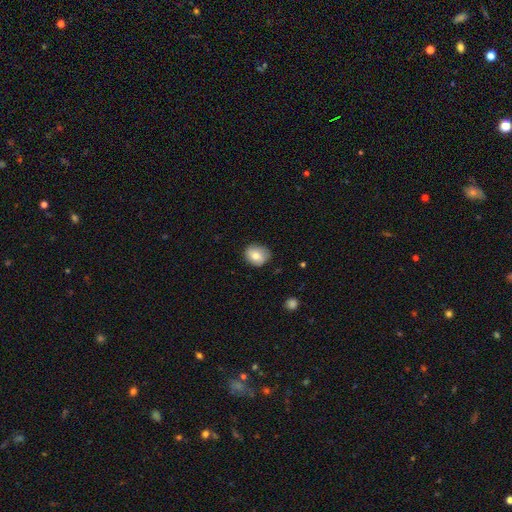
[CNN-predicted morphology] smooth_or_featured: smooth (p=0.76) [alt: featured or disk p=0.16]
how_rounded: round (p=0.61) [alt: in between p=0.38]
merging: none (p=0.76) [alt: minor disturbance p=0.19]